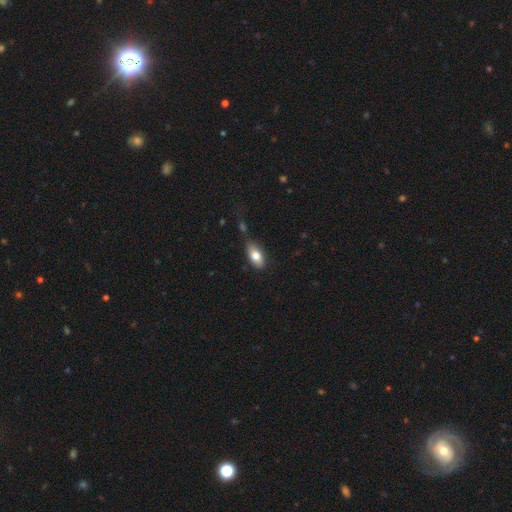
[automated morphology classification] This appears to be a smooth galaxy with no disk features (79%) that is in between round and cigar-shaped (89%). Merging: none (65%).